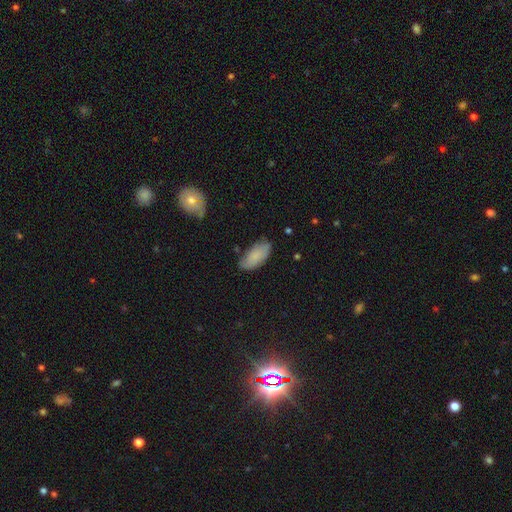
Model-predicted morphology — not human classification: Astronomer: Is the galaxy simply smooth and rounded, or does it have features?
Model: smooth — 80%.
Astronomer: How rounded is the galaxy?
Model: in between — 90%.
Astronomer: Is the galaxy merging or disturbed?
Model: none — 70%.